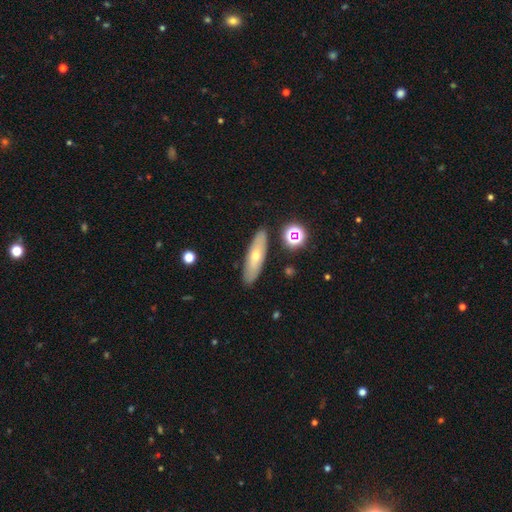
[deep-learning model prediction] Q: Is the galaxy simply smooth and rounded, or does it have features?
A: smooth — 53%.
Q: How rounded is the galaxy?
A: cigar-shaped — 63%.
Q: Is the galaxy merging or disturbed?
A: none — 87%.